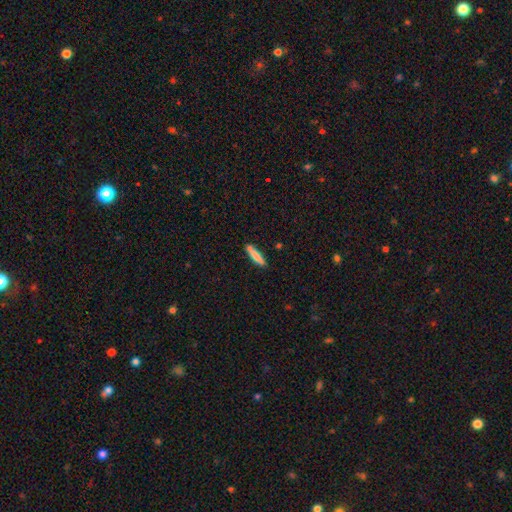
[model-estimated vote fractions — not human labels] Smooth or featured? Predicted: smooth (p=0.77). How rounded? Predicted: cigar-shaped (p=0.87). Merging? Predicted: none (p=0.80).